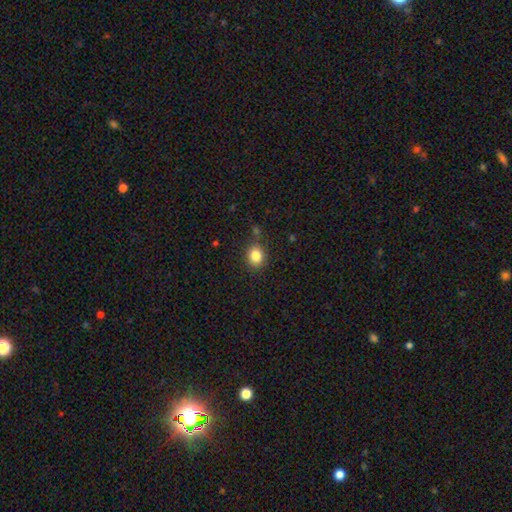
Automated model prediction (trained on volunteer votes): smooth_or_featured: smooth (p=0.84) [alt: star or artifact p=0.10]
how_rounded: round (p=0.65) [alt: in between p=0.34]
merging: none (p=0.80) [alt: minor disturbance p=0.12]